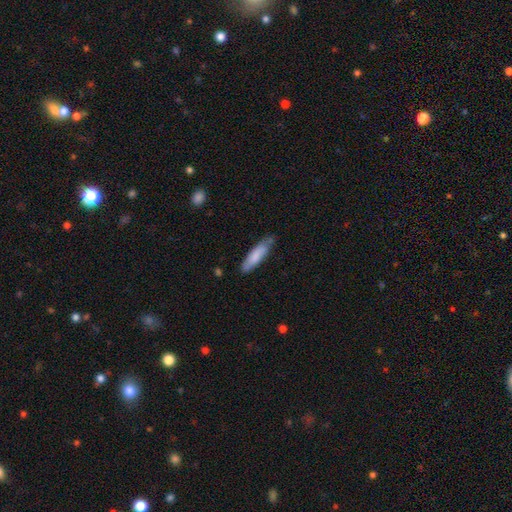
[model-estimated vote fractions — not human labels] smooth-or-featured: smooth: 76% | featured or disk: 19% | star or artifact: 5%
  how-rounded: cigar-shaped: 66% | in between: 33% | round: 1%
  merging: none: 68% | minor disturbance: 25% | major disturbance: 4% | merger: 3%